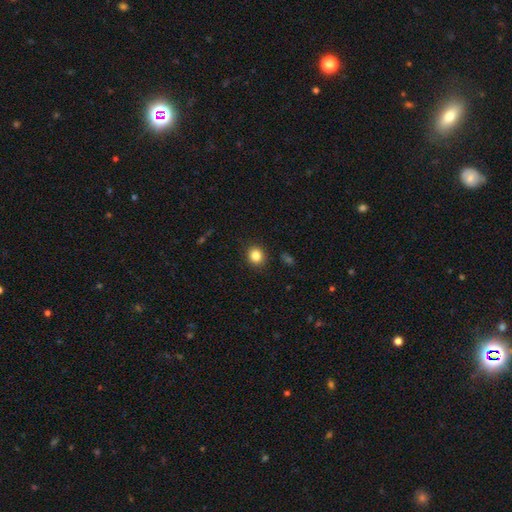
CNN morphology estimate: Overall: smooth (85%). How rounded: round (80%). Merging: none (90%).